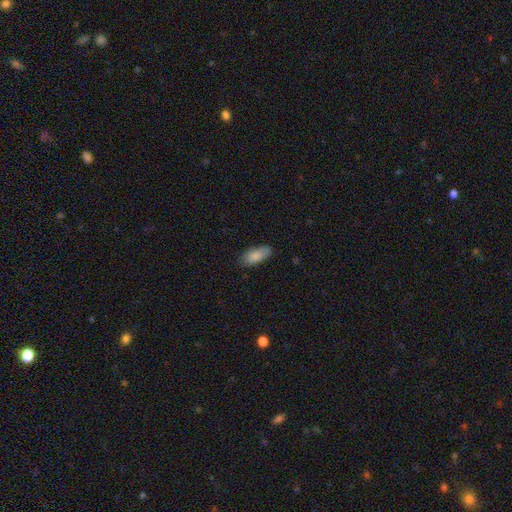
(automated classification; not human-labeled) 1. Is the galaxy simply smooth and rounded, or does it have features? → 86% smooth, 8% featured or disk, 6% star or artifact.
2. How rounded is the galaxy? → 84% in between, 14% cigar-shaped, 2% round.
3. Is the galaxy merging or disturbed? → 80% none, 16% minor disturbance, 3% major disturbance, 1% merger.